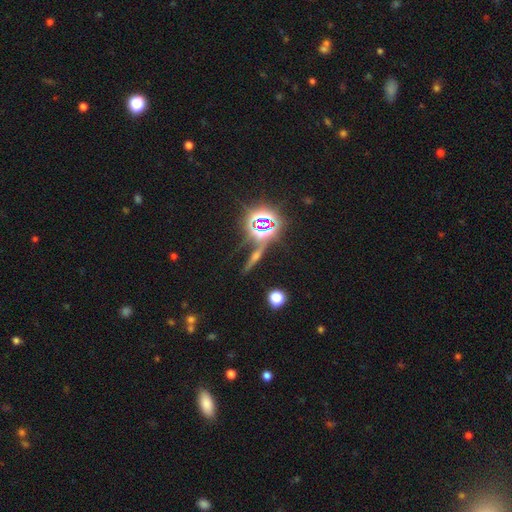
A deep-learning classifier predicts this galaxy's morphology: This is marginally a star or artifact rather than a galaxy (41%).